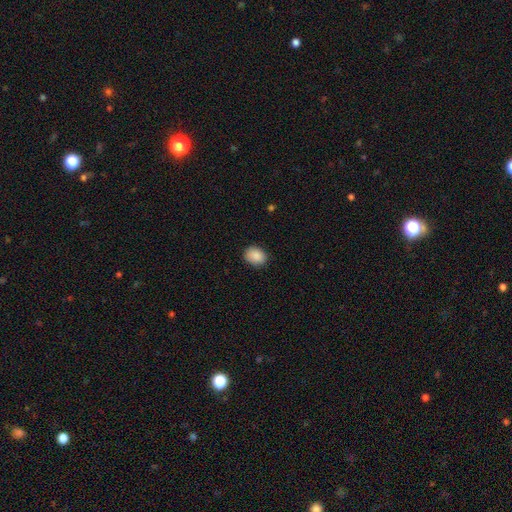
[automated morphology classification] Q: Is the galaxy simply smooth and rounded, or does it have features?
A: smooth — 89%.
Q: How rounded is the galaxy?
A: in between — 60%.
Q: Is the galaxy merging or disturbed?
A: none — 87%.